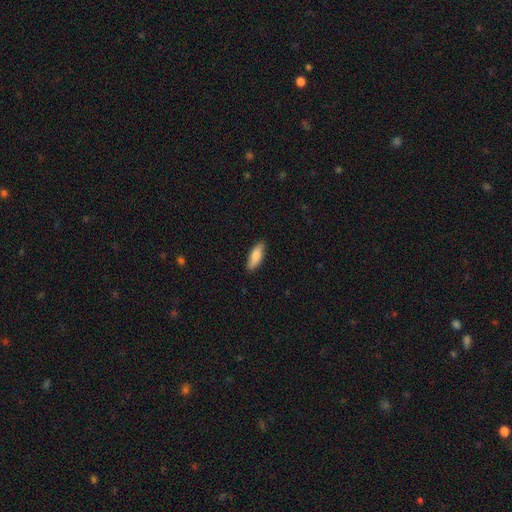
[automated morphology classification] smooth_or_featured: smooth (p=0.84) [alt: featured or disk p=0.10]
how_rounded: in between (p=0.67) [alt: cigar-shaped p=0.31]
merging: none (p=0.86) [alt: minor disturbance p=0.11]